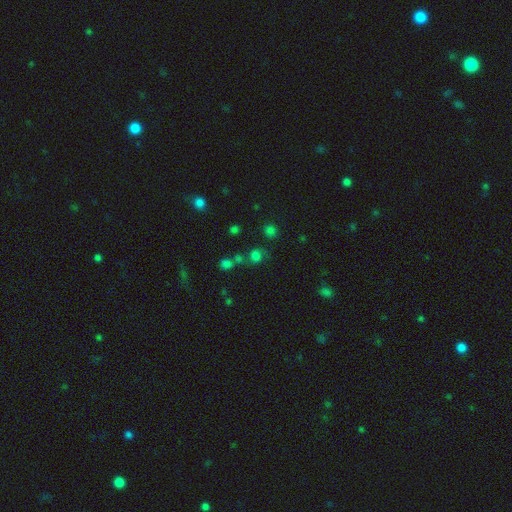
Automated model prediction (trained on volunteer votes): Smooth or featured? smooth (63%)
How rounded? round (75%)
Merging? none (58%)